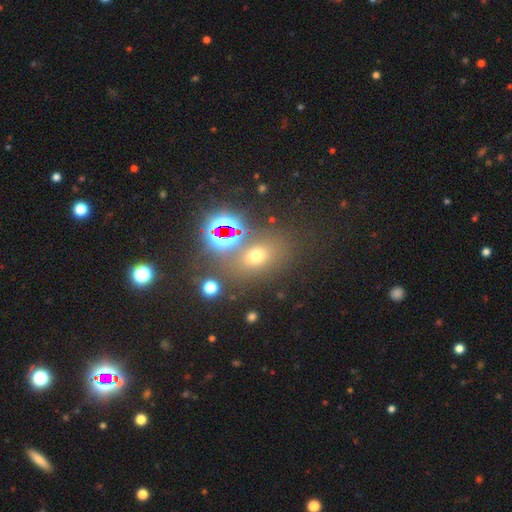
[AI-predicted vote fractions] smooth-or-featured: smooth: 56% | star or artifact: 32% | featured or disk: 13%
  how-rounded: in between: 59% | round: 39% | cigar-shaped: 2%
  merging: none: 66% | merger: 14% | minor disturbance: 13% | major disturbance: 7%